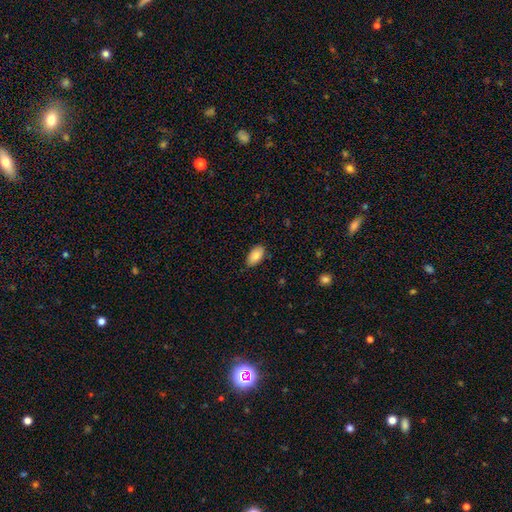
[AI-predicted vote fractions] This is clearly a smooth galaxy (86%). How rounded: clearly in between (94%). Merging: clearly none (86%).